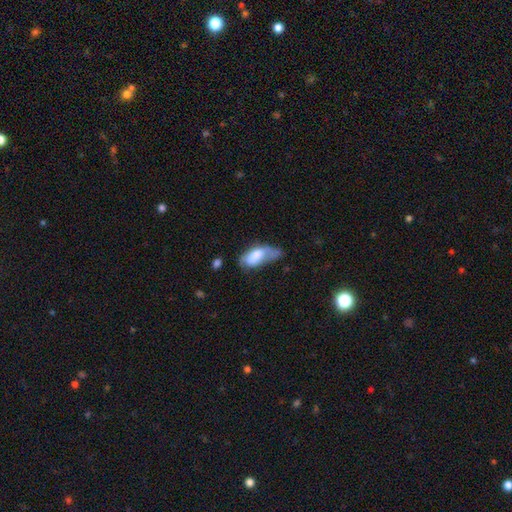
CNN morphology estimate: This appears to be a smooth galaxy with no disk features (68%) that is in between round and cigar-shaped (85%). Merging: minor disturbance (36%).